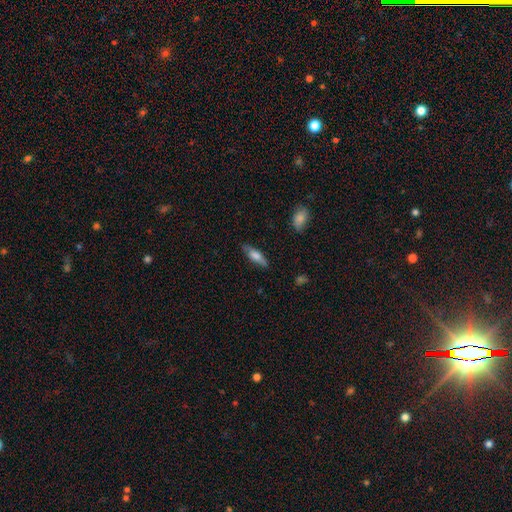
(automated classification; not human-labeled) Smooth or featured?
  - smooth: 65% *
  - featured or disk: 29%
  - star or artifact: 6%
How rounded?
  - cigar-shaped: 55% *
  - in between: 43%
  - round: 2%
Merging?
  - none: 80% *
  - minor disturbance: 15%
  - major disturbance: 3%
  - merger: 2%